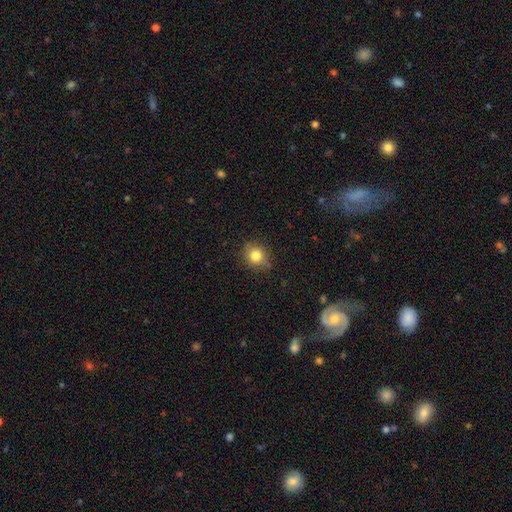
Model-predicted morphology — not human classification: A smooth galaxy with no disk features (82%) that is round (83%).

Vote fractions:
- Smooth or featured? smooth: 82% / star or artifact: 11% / featured or disk: 8%
- How rounded? round: 83% / in between: 16% / cigar-shaped: 1%
- Merging? none: 80% / minor disturbance: 15% / major disturbance: 3% / merger: 2%